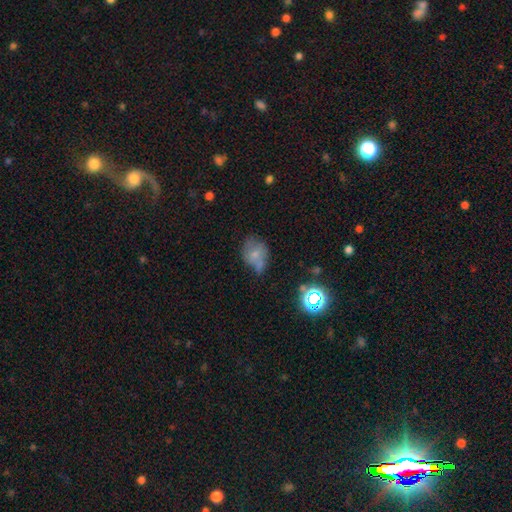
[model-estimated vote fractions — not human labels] Overall: smooth (53%; featured or disk 30%). How rounded: in between (62%; round 37%). Merging: none (35%, tied with minor disturbance).